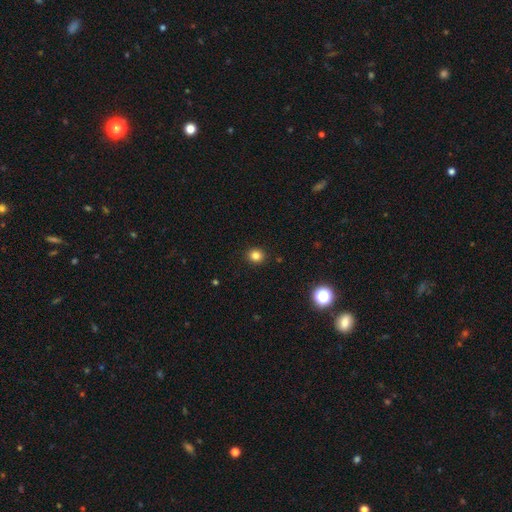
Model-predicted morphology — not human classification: Q: Smooth or featured?
A: smooth (82%); runner-up: star or artifact (13%)
Q: How rounded?
A: round (86%); runner-up: in between (13%)
Q: Merging?
A: none (92%); runner-up: minor disturbance (5%)